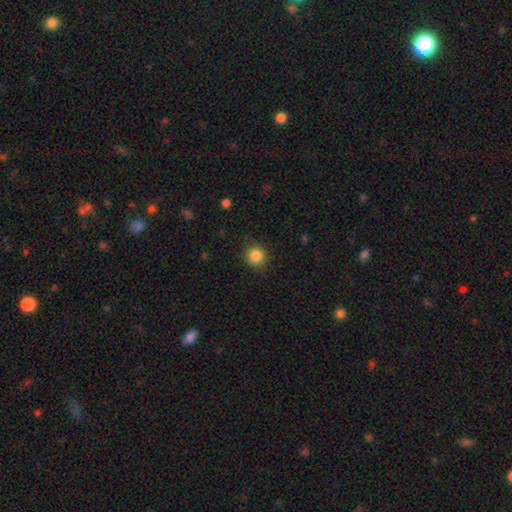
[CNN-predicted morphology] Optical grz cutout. It shows a smooth galaxy with no disk features (86%) that is round (88%). Merging: none (88%).